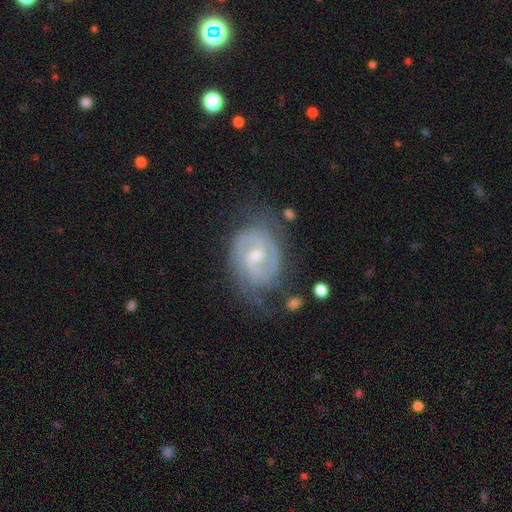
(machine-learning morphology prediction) featured or disk 87%, smooth 7%, star or artifact 5%. Down the decision tree: edge-on disk — no (97%); bar — weak (58%); spiral arms — yes (97%); spiral arm count — 2 (77%); spiral winding — tight (54%); bulge size — small (48%); merging — none (68%).